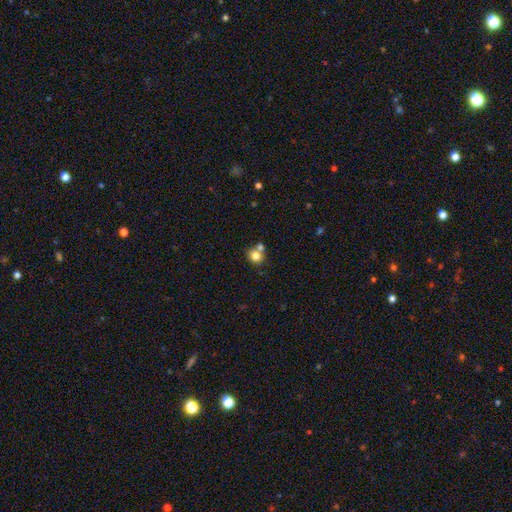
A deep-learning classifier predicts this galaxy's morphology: Smooth or featured? smooth (80%)
How rounded? round (76%)
Merging? none (55%)